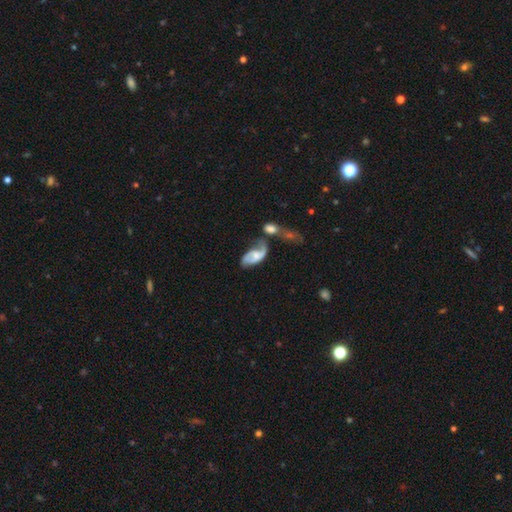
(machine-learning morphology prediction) Smooth or featured? featured or disk (68%)
Edge-on disk? no (95%)
Bar? no (57%)
Spiral arms? yes (87%)
Spiral winding? loose (46%)
Spiral arm count? 2 (72%)
Bulge size? moderate (39%)
Merging? merger (42%)